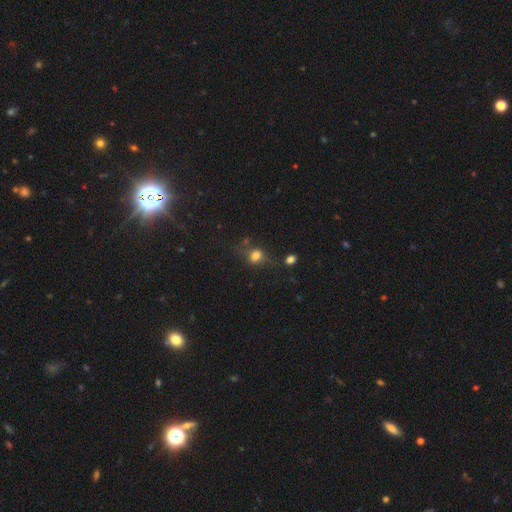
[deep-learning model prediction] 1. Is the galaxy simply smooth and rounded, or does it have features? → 64% smooth, 20% featured or disk, 16% star or artifact.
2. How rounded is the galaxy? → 51% round, 45% in between, 4% cigar-shaped.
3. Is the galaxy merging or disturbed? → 59% none, 22% minor disturbance, 12% major disturbance, 6% merger.